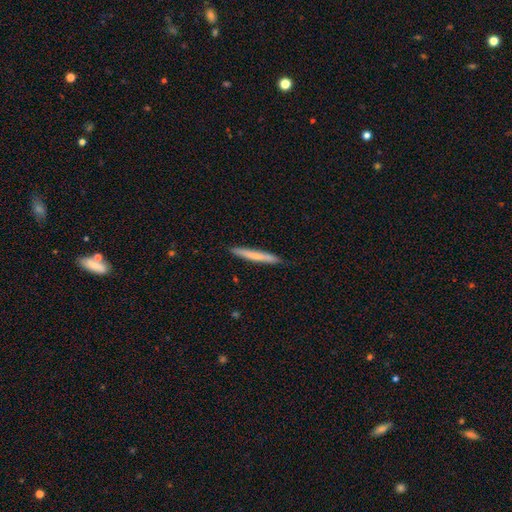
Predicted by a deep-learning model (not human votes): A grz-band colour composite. It shows a smooth galaxy with no disk features (65%) that is cigar-shaped (97%). Merging: none (89%).